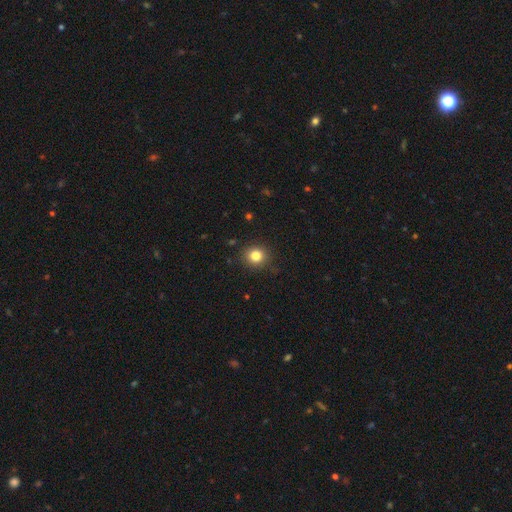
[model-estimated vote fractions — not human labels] Morphology: type=smooth (82%); roundness=round (87%); merging=none (88%).